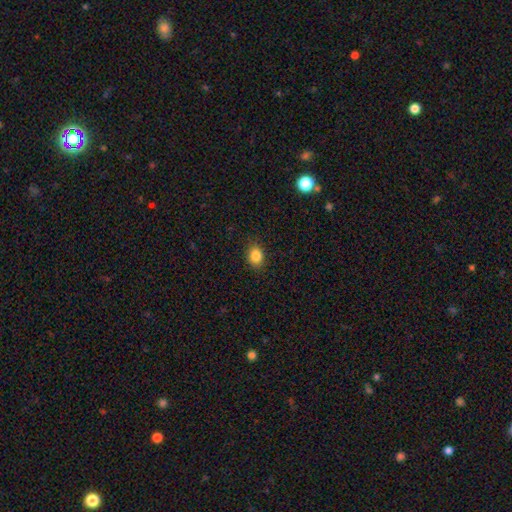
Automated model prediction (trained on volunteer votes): The model was most divided on "how rounded": in between: 56%, round: 43%, cigar-shaped: 1%. More confident: merging — none (87%); smooth or featured — smooth (85%).